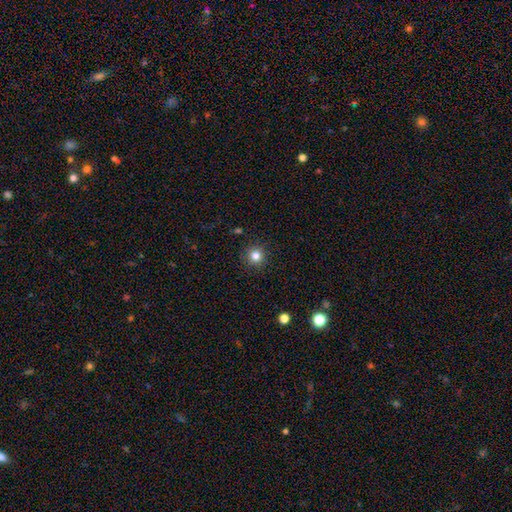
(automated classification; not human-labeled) A smooth galaxy with no disk features (82%) that is round (95%). Merging: none (91%).